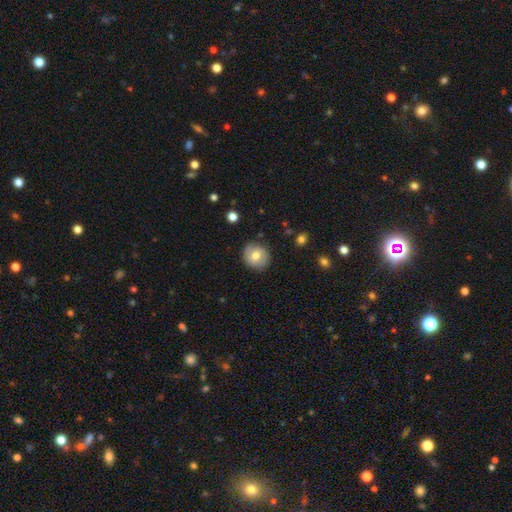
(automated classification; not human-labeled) Smooth or featured: smooth — 65% (featured or disk — 27%)
How rounded: round — 83% (in between — 16%)
Merging: none — 84% (minor disturbance — 12%)